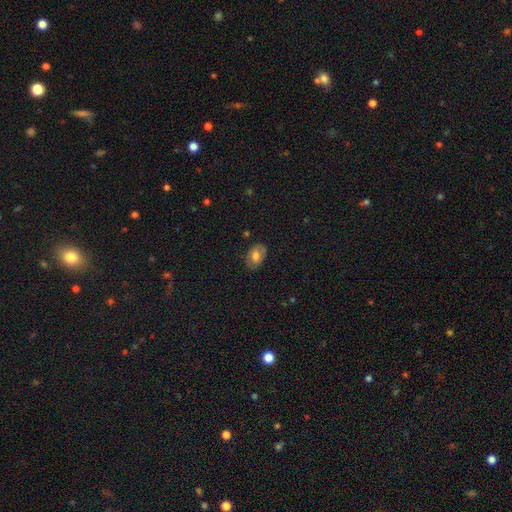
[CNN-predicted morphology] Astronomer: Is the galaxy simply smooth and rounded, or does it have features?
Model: smooth — 64%.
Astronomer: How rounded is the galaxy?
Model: in between — 85%.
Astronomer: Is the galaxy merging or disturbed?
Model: none — 78%.